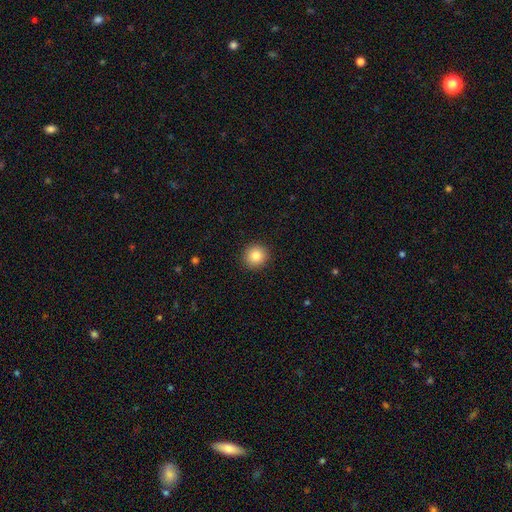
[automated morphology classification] This appears to be a smooth galaxy with no disk features (84%) that is round (94%). Merging: none (92%).